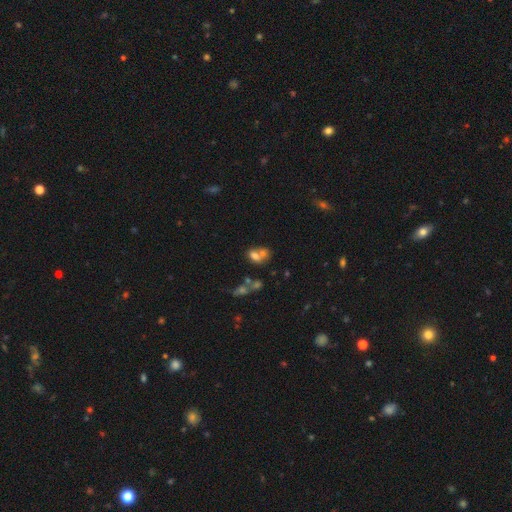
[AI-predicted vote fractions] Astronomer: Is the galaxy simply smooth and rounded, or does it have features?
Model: smooth — 61%.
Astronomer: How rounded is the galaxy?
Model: in between — 66%.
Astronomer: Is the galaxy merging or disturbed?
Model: merger — 56%.